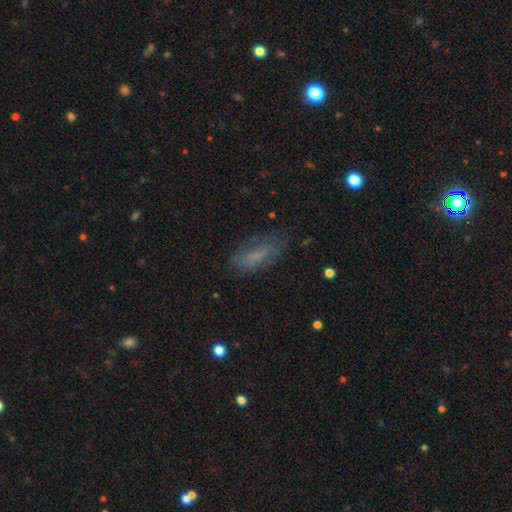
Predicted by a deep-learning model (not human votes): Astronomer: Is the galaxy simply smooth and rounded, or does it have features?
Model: smooth — 56% (runner-up: featured or disk, 32%).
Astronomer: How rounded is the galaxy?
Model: in between — 65%.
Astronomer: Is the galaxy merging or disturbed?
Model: none — 65%.